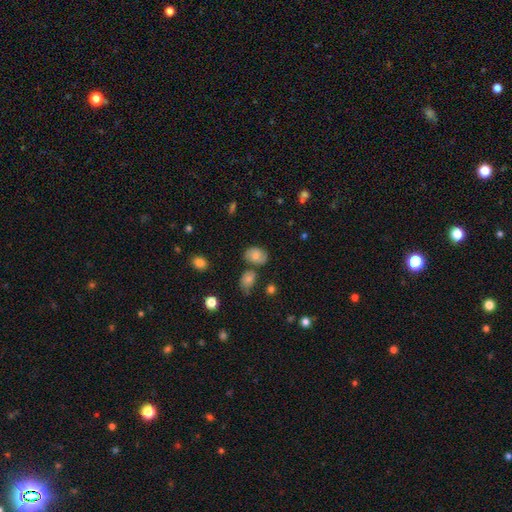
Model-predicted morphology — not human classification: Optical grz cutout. It shows a smooth galaxy with no disk features (69%) that is in between round and cigar-shaped (68%). Merging: none (63%).